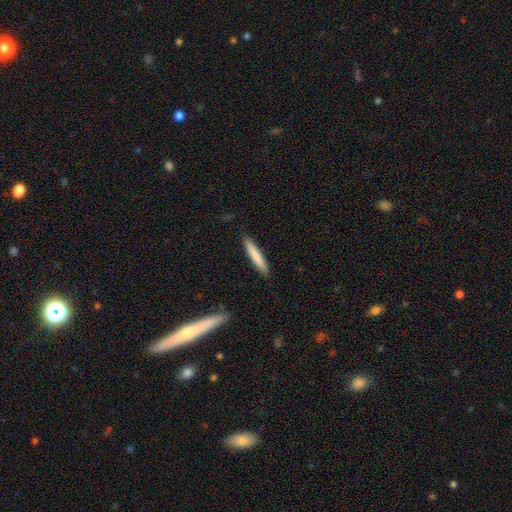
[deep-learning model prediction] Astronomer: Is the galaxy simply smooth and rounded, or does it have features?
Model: smooth — 77%.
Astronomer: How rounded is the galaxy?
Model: cigar-shaped — 94%.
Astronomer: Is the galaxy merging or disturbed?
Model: none — 90%.